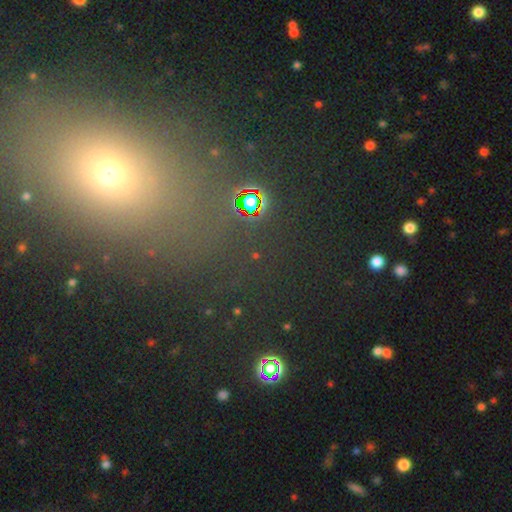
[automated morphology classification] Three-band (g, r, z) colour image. It shows a star or artifact, not a galaxy (74%).